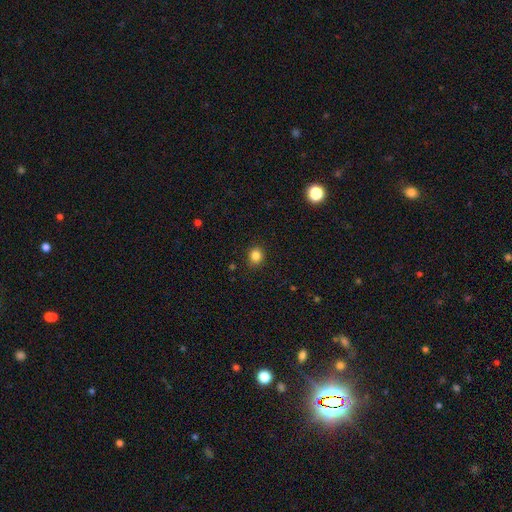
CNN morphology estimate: This appears to be a smooth galaxy with no disk features (84%) that is round (76%). Merging: none (89%).